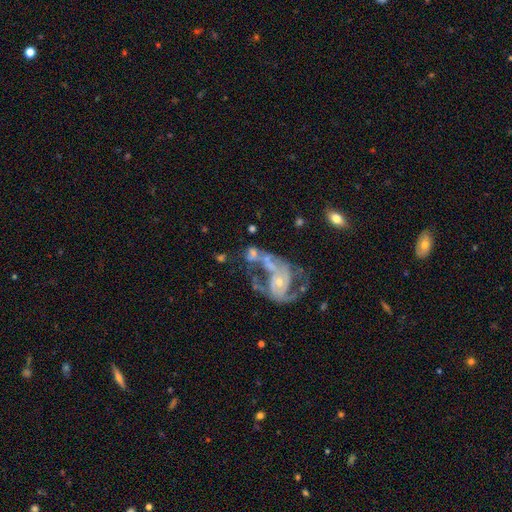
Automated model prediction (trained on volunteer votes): smooth-or-featured: featured or disk: 77% | smooth: 14% | star or artifact: 9%
  disk-edge-on: no: 97% | yes: 3%
    bar: no: 68% | weak: 24% | strong: 8%
    has-spiral-arms: yes: 76% | no: 24%
      spiral-winding: medium: 41% | loose: 39% | tight: 20%
      spiral-arm-count: 2: 60% | can't tell: 17% | 1: 12% | 3: 7% | 4: 3% | more than 4: 2%
    bulge-size: small: 57% | moderate: 34% | none: 5% | large: 3% | dominant: 1%
  merging: merger: 35% | major disturbance: 31% | none: 21% | minor disturbance: 13%